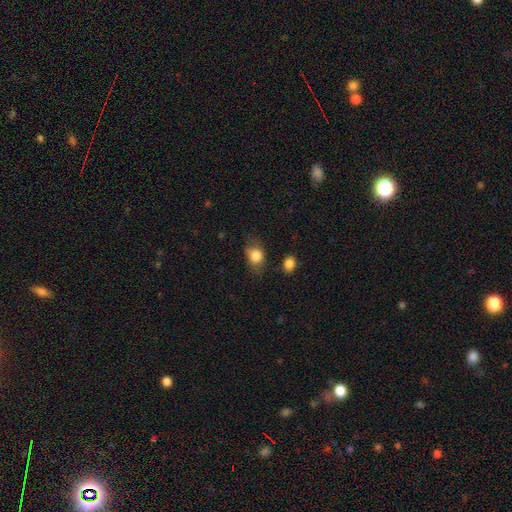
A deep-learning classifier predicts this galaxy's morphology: type=smooth (81%); roundness=in between (57%); merging=none (61%).